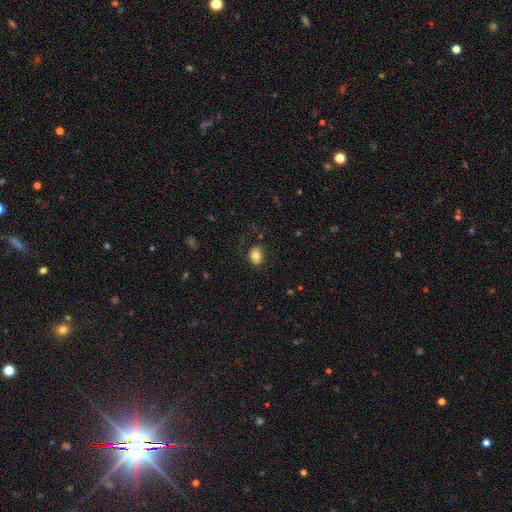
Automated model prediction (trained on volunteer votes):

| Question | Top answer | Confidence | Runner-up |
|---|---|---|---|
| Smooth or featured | smooth | 76% | featured or disk (14%) |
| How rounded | round | 54% | in between (45%) |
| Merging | none | 67% | minor disturbance (19%) |